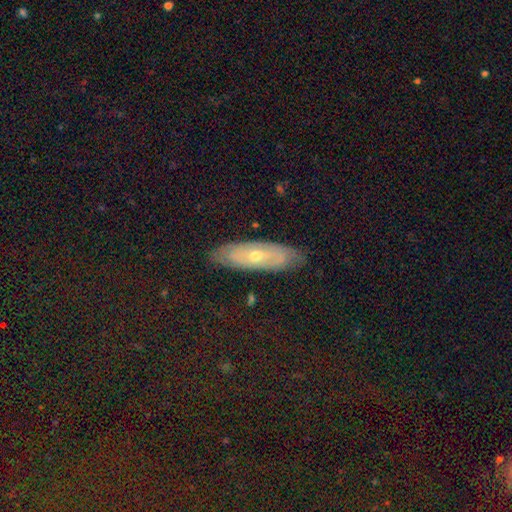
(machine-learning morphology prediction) Smooth or featured? featured or disk (63%)
Edge-on disk? no (71%)
Merging? none (81%)